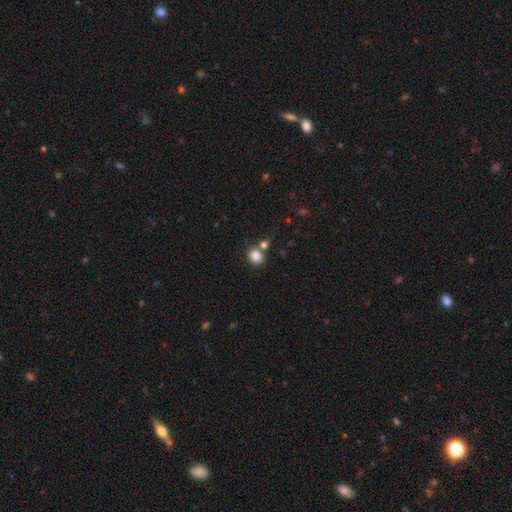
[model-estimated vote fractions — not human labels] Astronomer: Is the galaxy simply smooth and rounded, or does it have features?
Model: smooth — 84%.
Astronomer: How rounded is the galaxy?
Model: round — 74%.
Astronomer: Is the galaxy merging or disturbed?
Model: none — 64%.